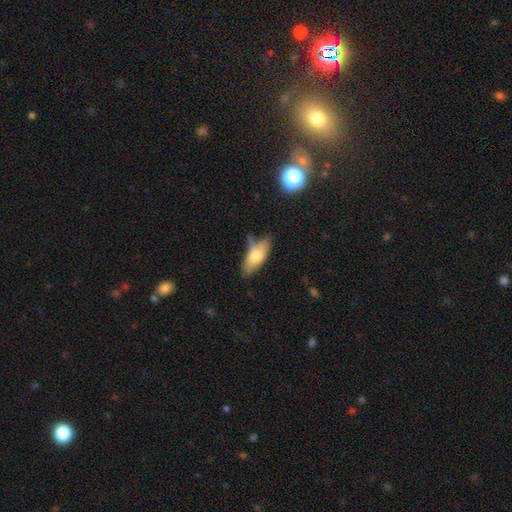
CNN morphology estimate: This appears to be a smooth galaxy with no disk features (68%) that is in between round and cigar-shaped (76%). Merging: none (55%).